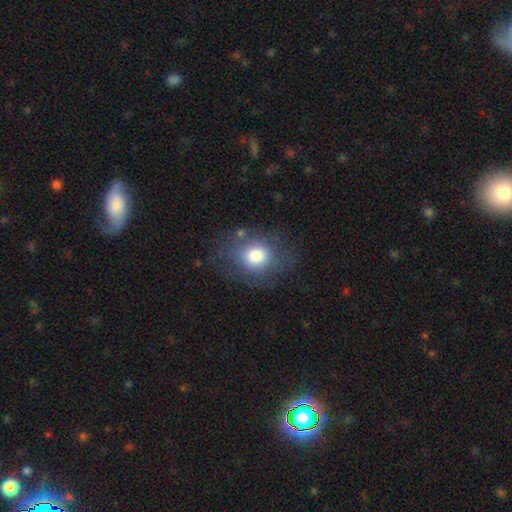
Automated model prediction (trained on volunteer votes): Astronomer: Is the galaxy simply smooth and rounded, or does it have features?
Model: smooth — 75%.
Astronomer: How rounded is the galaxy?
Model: round — 61% (runner-up: in between, 38%).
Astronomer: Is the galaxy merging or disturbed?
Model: none — 70%.